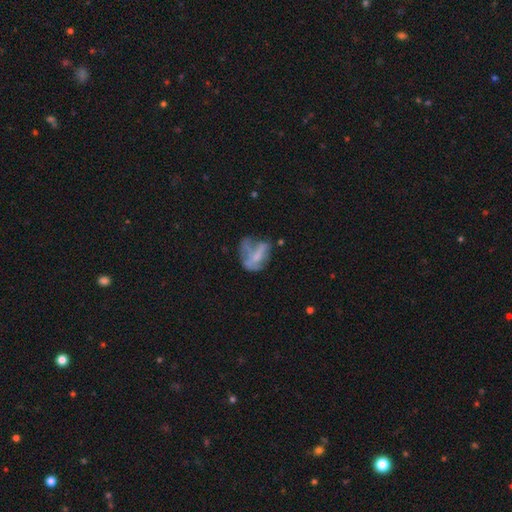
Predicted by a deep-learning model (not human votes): Morphology: type=featured or disk (49%); merging=major disturbance (40%).